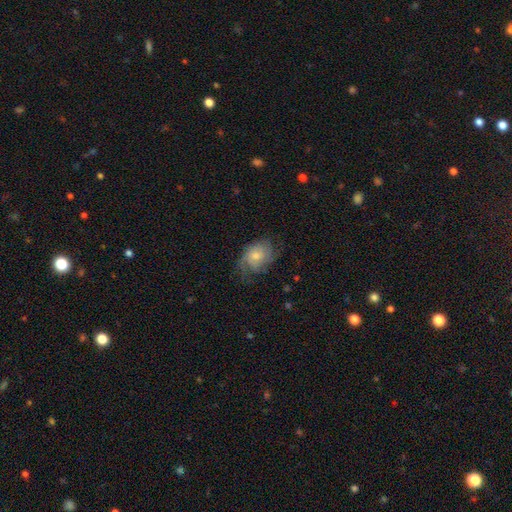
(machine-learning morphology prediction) smooth_or_featured: featured or disk (p=0.61) [alt: smooth p=0.30]
disk_edge_on: no (p=0.96) [alt: yes p=0.04]
bar: no (p=0.77) [alt: weak p=0.20]
has_spiral_arms: yes (p=0.88) [alt: no p=0.12]
spiral_winding: tight (p=0.41) [alt: medium p=0.39]
spiral_arm_count: can't tell (p=0.37) [alt: 2 p=0.22]
bulge_size: moderate (p=0.47) [alt: small p=0.44]
merging: none (p=0.62) [alt: minor disturbance p=0.23]